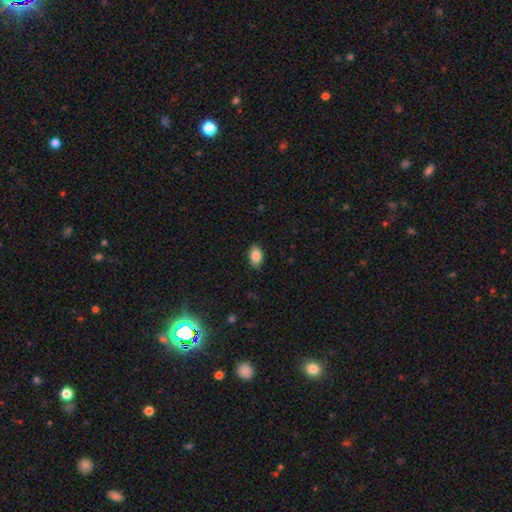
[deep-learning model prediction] Morphology: type=smooth (86%); roundness=in between (87%); merging=none (87%).